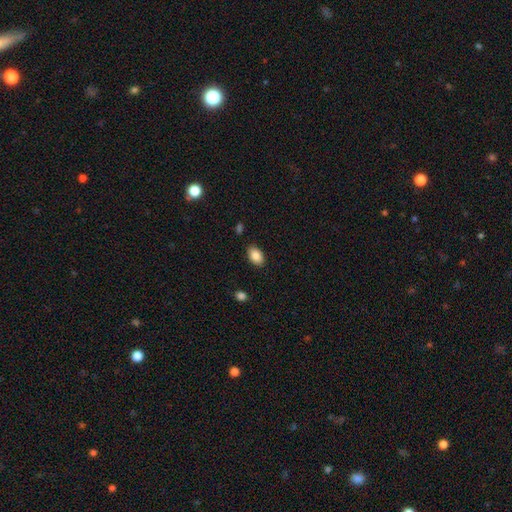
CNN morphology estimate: A smooth galaxy with no disk features (86%) that is in between round and cigar-shaped (90%). Merging: none (86%).